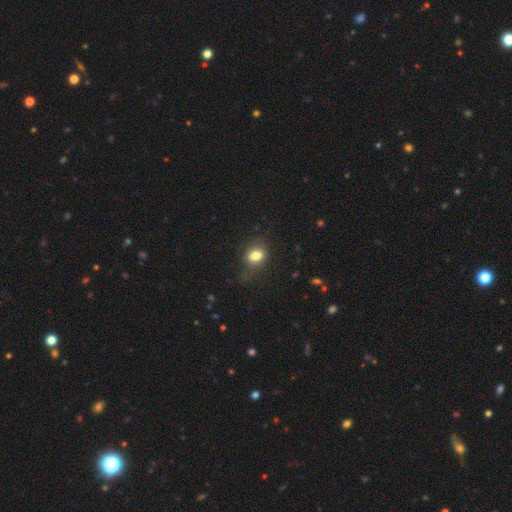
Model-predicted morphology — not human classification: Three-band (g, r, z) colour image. It shows a smooth galaxy with no disk features (80%) that is in between round and cigar-shaped (58%). Merging: none (65%).